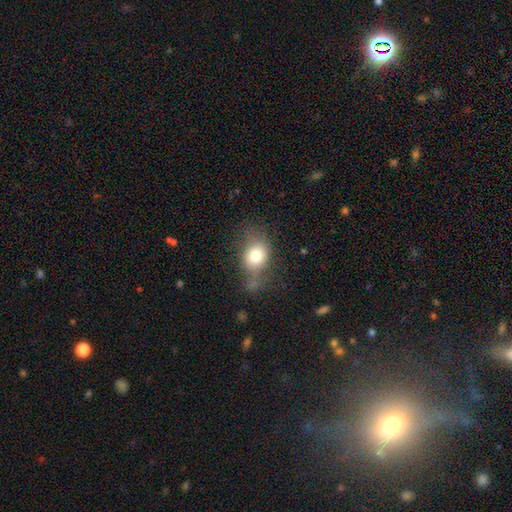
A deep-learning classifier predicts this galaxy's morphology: Q: Smooth or featured?
A: smooth (74%); runner-up: featured or disk (16%)
Q: How rounded?
A: in between (57%); runner-up: round (41%)
Q: Merging?
A: none (45%); runner-up: minor disturbance (29%)